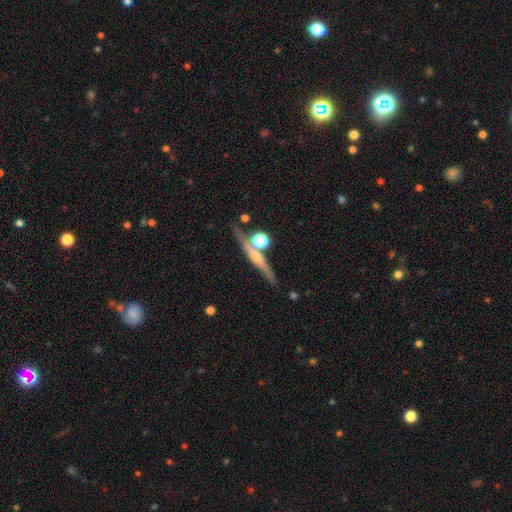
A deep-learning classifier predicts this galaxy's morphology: The model was most divided on "smooth or featured": featured or disk: 65%, smooth: 25%, star or artifact: 10%. More confident: edge-on disk — yes (92%); merging — none (72%); edge-on bulge — rounded (71%).